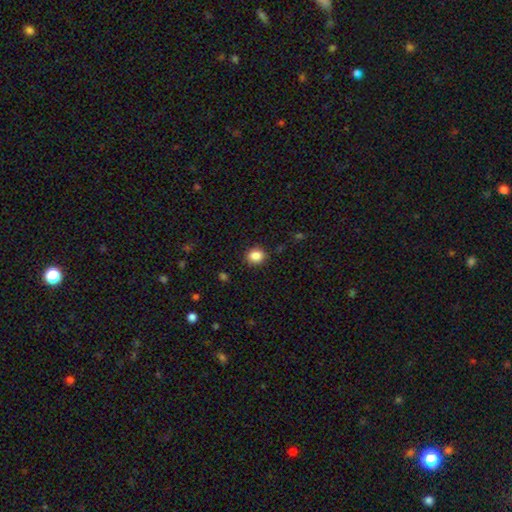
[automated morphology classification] This appears to be a smooth galaxy with no disk features (86%) that is round (74%). Merging: none (87%).